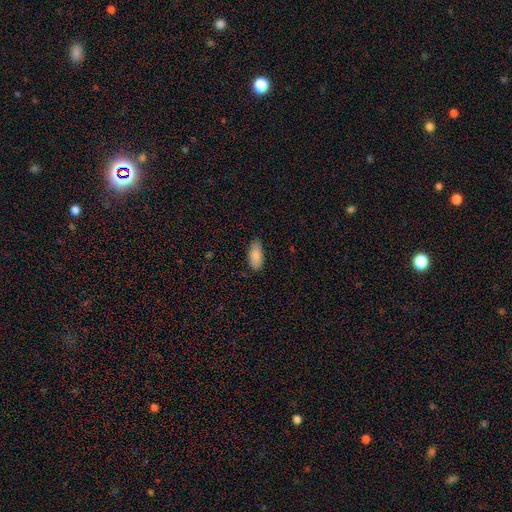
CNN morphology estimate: Smooth or featured?
  - smooth: 87% *
  - featured or disk: 7%
  - star or artifact: 6%
How rounded?
  - in between: 88% *
  - cigar-shaped: 10%
  - round: 2%
Merging?
  - none: 84% *
  - minor disturbance: 13%
  - major disturbance: 2%
  - merger: 1%